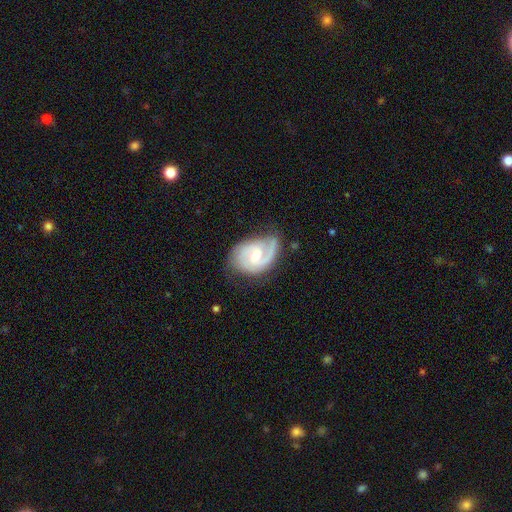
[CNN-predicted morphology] Smooth or featured: featured or disk — 84% (smooth — 11%)
Edge-on disk: no — 98% (yes — 2%)
Bar: weak — 54% (no — 36%)
Spiral arms: yes — 96% (no — 4%)
Spiral winding: medium — 46% (tight — 40%)
Spiral arm count: 2 — 62% (1 — 23%)
Bulge size: moderate — 49% (small — 45%)
Merging: none — 62% (minor disturbance — 25%)